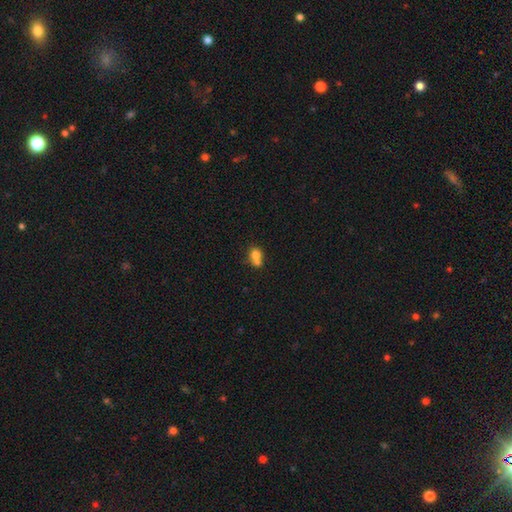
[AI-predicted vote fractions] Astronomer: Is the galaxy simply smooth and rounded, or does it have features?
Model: smooth — 74%.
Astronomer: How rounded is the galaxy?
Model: round — 69%.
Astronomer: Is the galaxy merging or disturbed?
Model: merger — 58%.